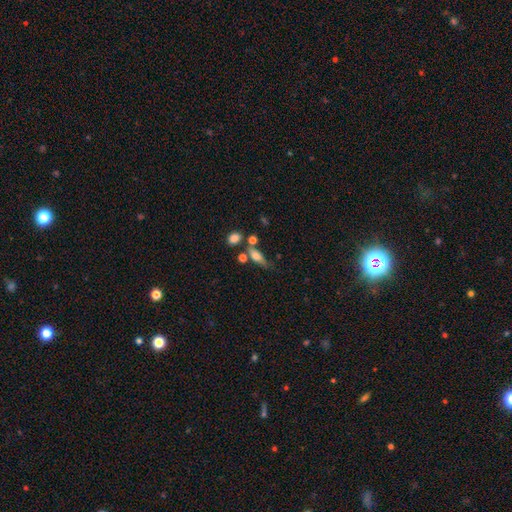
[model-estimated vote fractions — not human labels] Smooth or featured? smooth (66%)
How rounded? in between (62%)
Merging? none (48%)